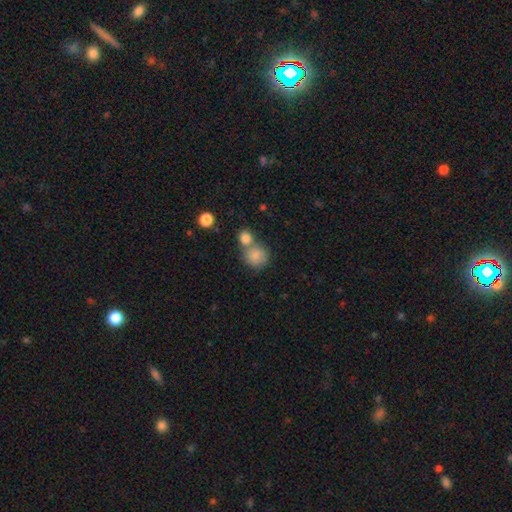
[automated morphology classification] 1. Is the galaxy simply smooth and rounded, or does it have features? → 84% smooth, 9% star or artifact, 8% featured or disk.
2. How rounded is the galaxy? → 82% round, 17% in between, 1% cigar-shaped.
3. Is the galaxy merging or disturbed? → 45% merger, 42% none, 9% minor disturbance, 4% major disturbance.